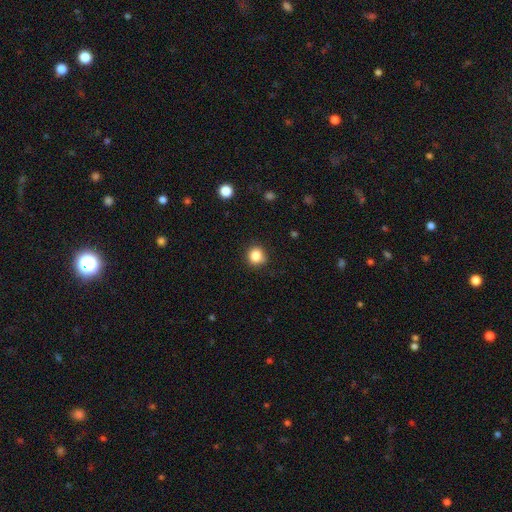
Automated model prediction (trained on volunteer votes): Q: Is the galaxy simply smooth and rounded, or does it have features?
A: smooth — 84%.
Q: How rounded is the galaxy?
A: round — 90%.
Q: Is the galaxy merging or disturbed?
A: none — 85%.